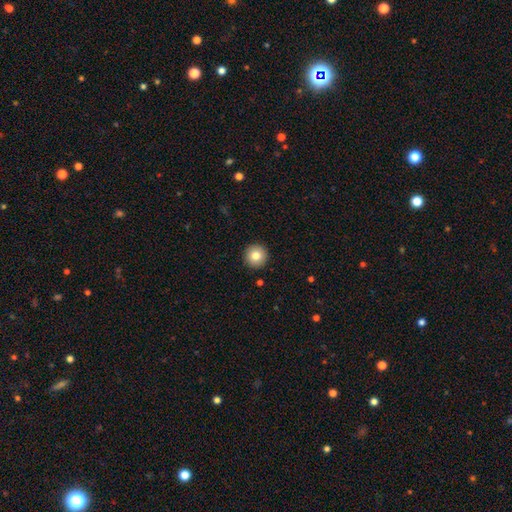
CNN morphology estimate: This appears to be a smooth galaxy with no disk features (81%) that is round (96%). Merging: none (93%).